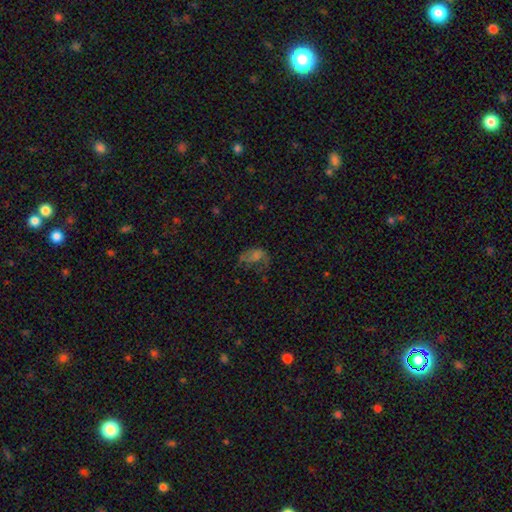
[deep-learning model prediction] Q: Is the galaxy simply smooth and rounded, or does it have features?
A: smooth — 42%.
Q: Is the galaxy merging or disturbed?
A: major disturbance — 44%.